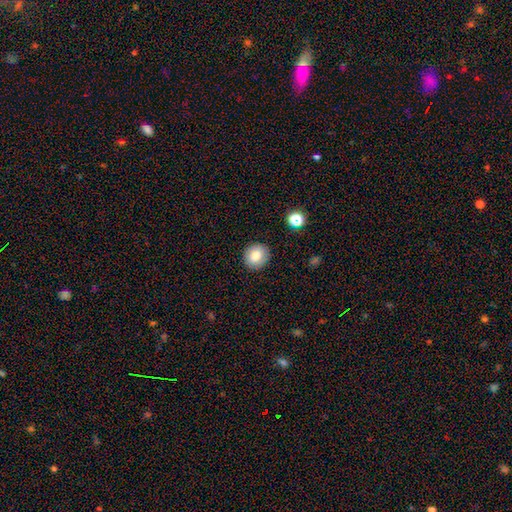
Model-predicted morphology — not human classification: smooth 80%, featured or disk 11%, star or artifact 10%. Down the decision tree: how rounded — round (76%); merging — none (88%).